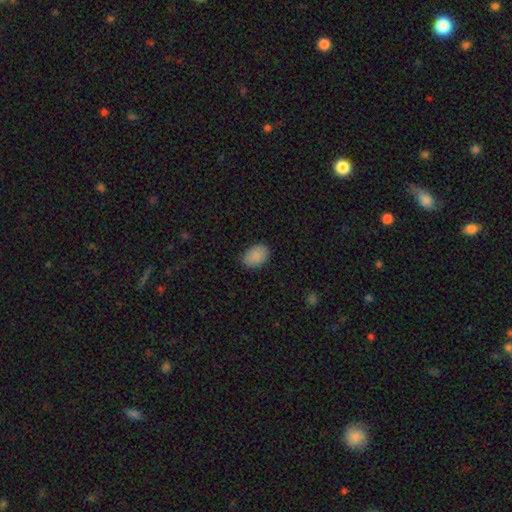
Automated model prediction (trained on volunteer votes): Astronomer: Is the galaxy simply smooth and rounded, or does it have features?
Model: smooth — 88%.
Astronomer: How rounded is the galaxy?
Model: in between — 83%.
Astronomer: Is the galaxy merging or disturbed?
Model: none — 79%.